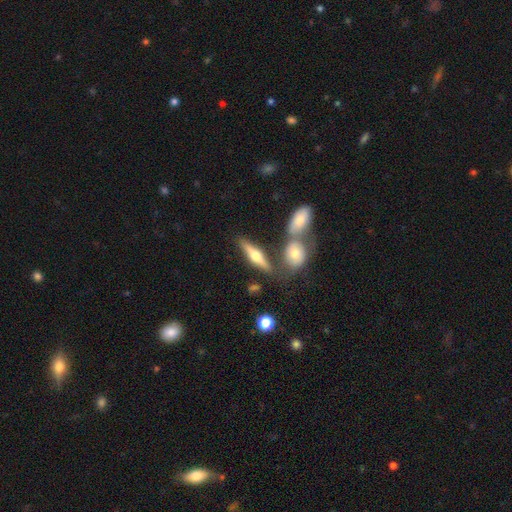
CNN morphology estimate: Smooth or featured?
  - featured or disk: 58% *
  - smooth: 35%
  - star or artifact: 7%
Edge-on disk?
  - yes: 92% *
  - no: 8%
Edge-on bulge?
  - rounded: 93% *
  - boxy: 4%
  - none: 3%
Merging?
  - none: 68% *
  - merger: 16%
  - minor disturbance: 12%
  - major disturbance: 4%